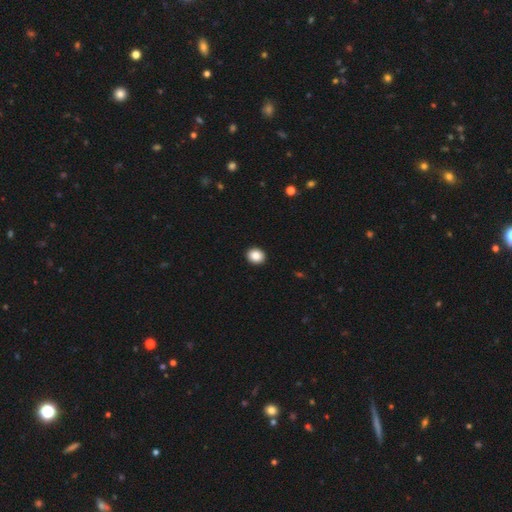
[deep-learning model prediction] Overall: smooth (87%). How rounded: round (66%; in between 33%). Merging: none (93%).